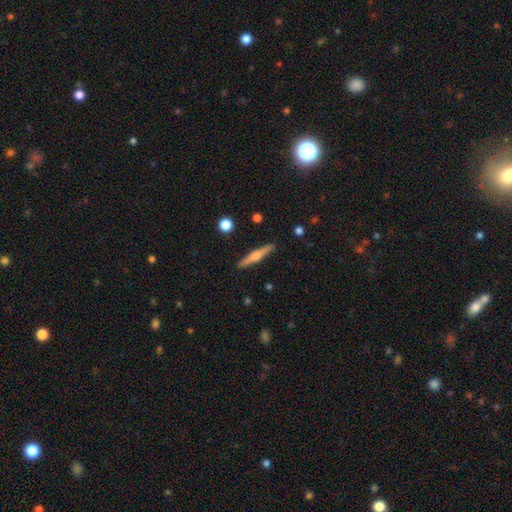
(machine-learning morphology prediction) Smooth or featured? featured or disk (52%)
Edge-on disk? yes (97%)
Edge-on bulge? rounded (80%)
Merging? none (90%)